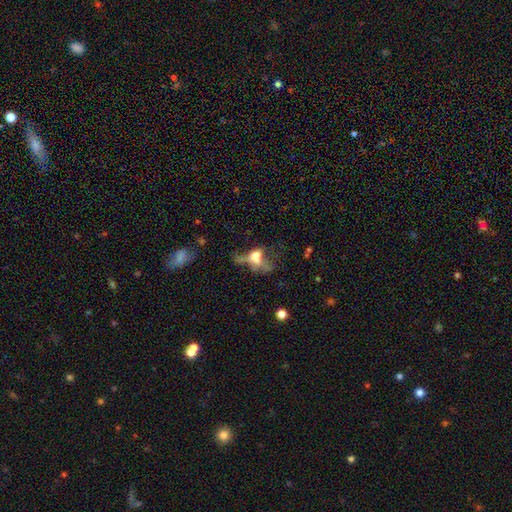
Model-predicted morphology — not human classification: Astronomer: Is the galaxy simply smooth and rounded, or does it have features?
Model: featured or disk — 42%, tied with smooth at 42%.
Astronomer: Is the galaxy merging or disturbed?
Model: major disturbance — 37% (runner-up: merger, 32%).